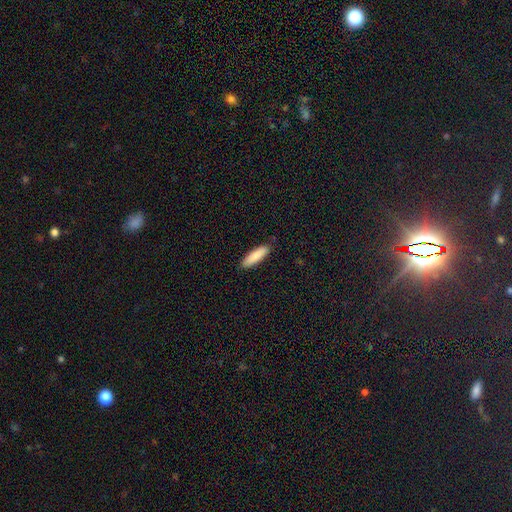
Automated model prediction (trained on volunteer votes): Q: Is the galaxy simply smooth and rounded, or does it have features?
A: smooth — 87%.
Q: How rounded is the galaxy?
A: cigar-shaped — 66%.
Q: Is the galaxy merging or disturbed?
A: none — 89%.